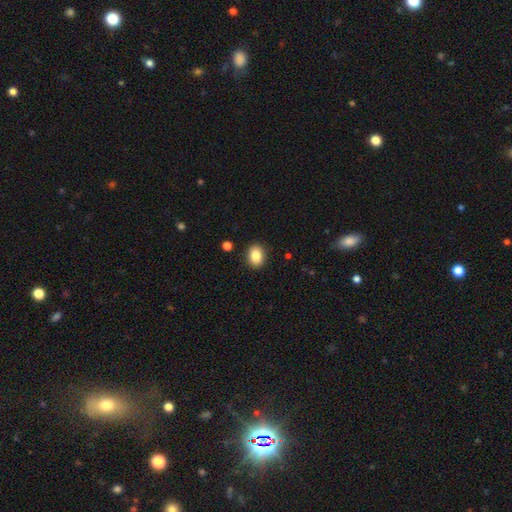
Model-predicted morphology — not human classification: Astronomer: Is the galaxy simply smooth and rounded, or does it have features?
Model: smooth — 85%.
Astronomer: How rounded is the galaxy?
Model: in between — 55% (runner-up: round, 44%).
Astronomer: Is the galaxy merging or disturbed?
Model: none — 90%.